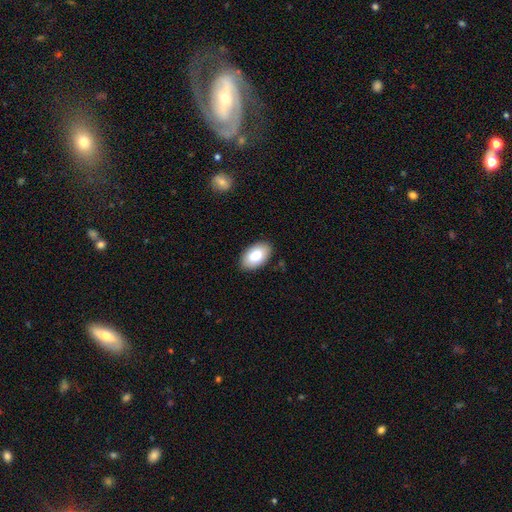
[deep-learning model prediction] Smooth or featured?
  - smooth: 85% *
  - featured or disk: 9%
  - star or artifact: 6%
How rounded?
  - in between: 95% *
  - round: 4%
  - cigar-shaped: 1%
Merging?
  - none: 88% *
  - minor disturbance: 9%
  - major disturbance: 2%
  - merger: 1%